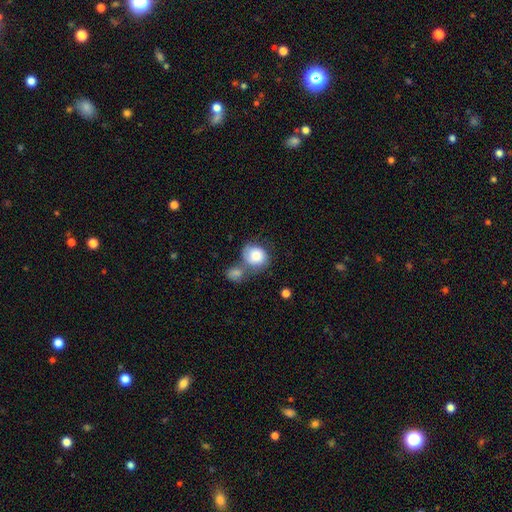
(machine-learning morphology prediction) smooth 79%, featured or disk 15%, star or artifact 6%. Down the decision tree: how rounded — round (64%); merging — merger (42%).